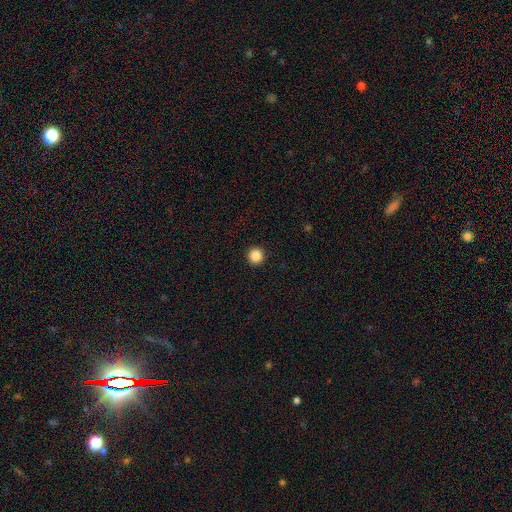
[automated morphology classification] Smooth or featured: smooth — 87% (star or artifact — 10%)
How rounded: round — 96% (in between — 3%)
Merging: none — 94% (minor disturbance — 4%)